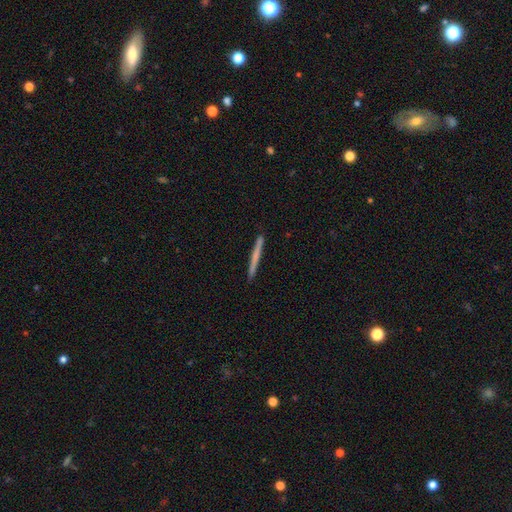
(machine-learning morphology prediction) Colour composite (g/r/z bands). It shows a smooth galaxy with no disk features (54%) that is cigar-shaped (97%). Merging: none (92%).